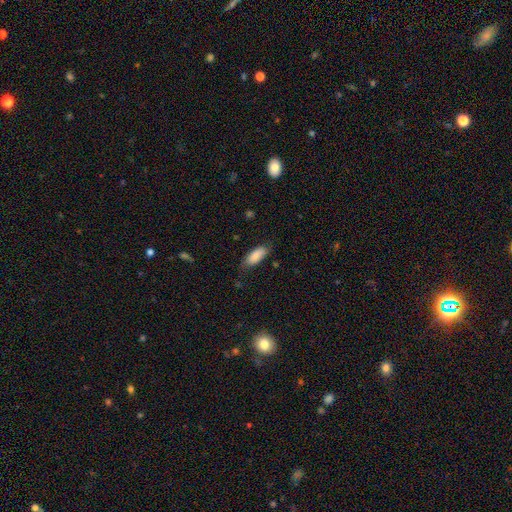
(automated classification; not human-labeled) Smooth or featured? smooth (86%)
How rounded? in between (81%)
Merging? none (71%)